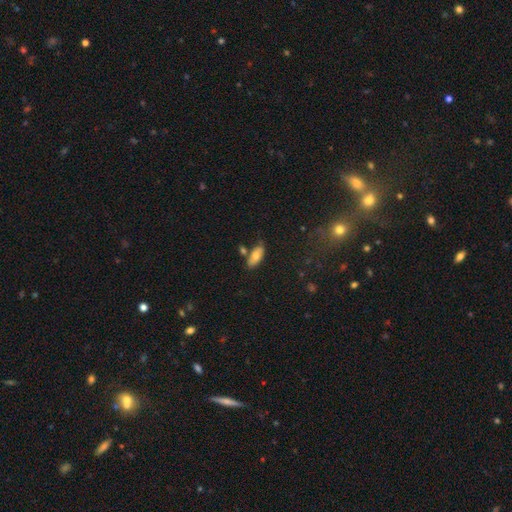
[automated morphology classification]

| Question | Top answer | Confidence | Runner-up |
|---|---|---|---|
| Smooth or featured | smooth | 73% | featured or disk (19%) |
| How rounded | in between | 87% | cigar-shaped (10%) |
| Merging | none | 68% | minor disturbance (17%) |